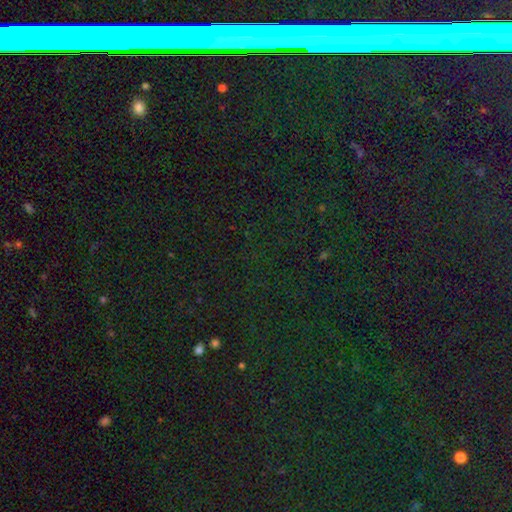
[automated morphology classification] type=star or artifact (80%).